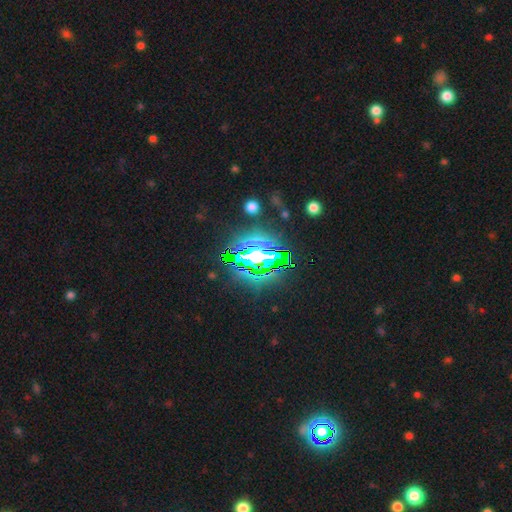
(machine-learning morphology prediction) Smooth or featured? Predicted: star or artifact (p=0.74).